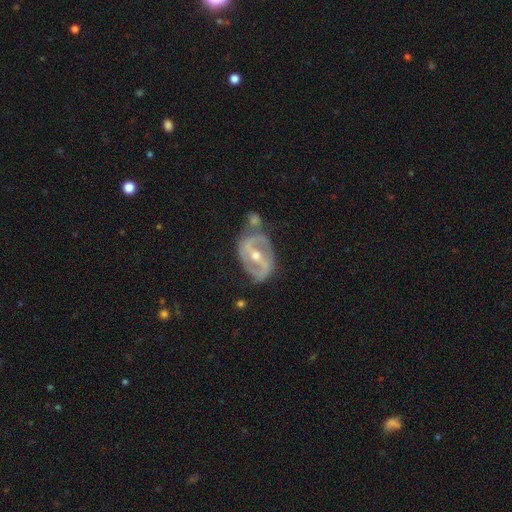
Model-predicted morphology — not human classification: Q: Smooth or featured?
A: featured or disk (87%); runner-up: smooth (8%)
Q: Edge-on disk?
A: no (96%); runner-up: yes (4%)
Q: Bar?
A: strong (54%); runner-up: weak (32%)
Q: Spiral arms?
A: yes (88%); runner-up: no (12%)
Q: Spiral winding?
A: medium (48%); runner-up: tight (32%)
Q: Spiral arm count?
A: 2 (86%); runner-up: can't tell (7%)
Q: Bulge size?
A: moderate (62%); runner-up: small (35%)
Q: Merging?
A: none (55%); runner-up: minor disturbance (21%)